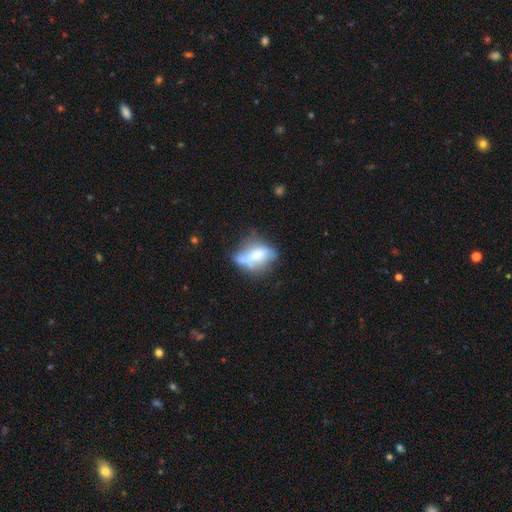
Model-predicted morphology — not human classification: The model was most divided on "smooth or featured": smooth: 48%, featured or disk: 43%, star or artifact: 9%. Remaining: merging — none (36%).